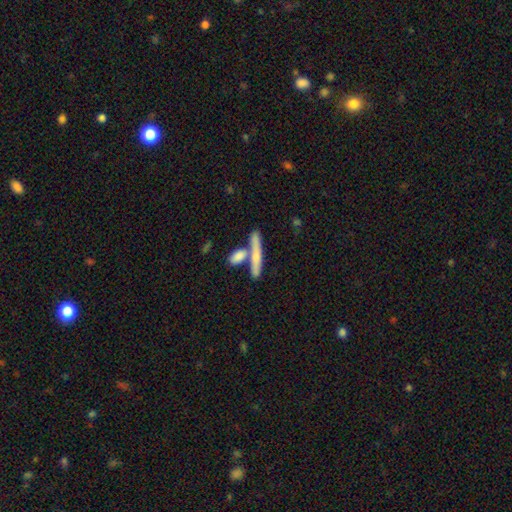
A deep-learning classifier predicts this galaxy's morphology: smooth-or-featured: smooth: 61% | featured or disk: 33% | star or artifact: 7%
  how-rounded: cigar-shaped: 84% | in between: 12% | round: 3%
  merging: none: 57% | merger: 28% | minor disturbance: 10% | major disturbance: 4%